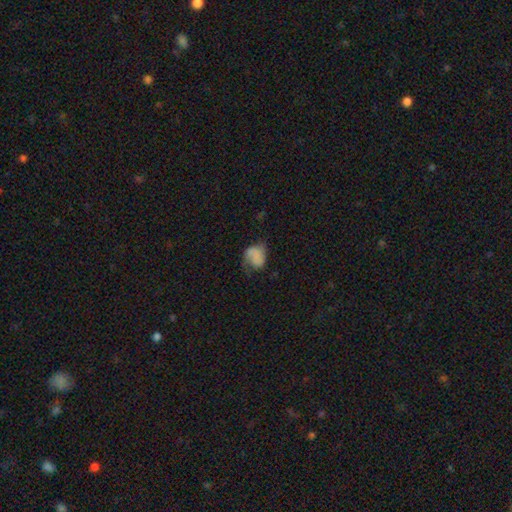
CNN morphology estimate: The model was most divided on "merging": none: 36%, minor disturbance: 31%, major disturbance: 30%, merger: 3%. More confident: how rounded — in between (62%); smooth or featured — smooth (59%).